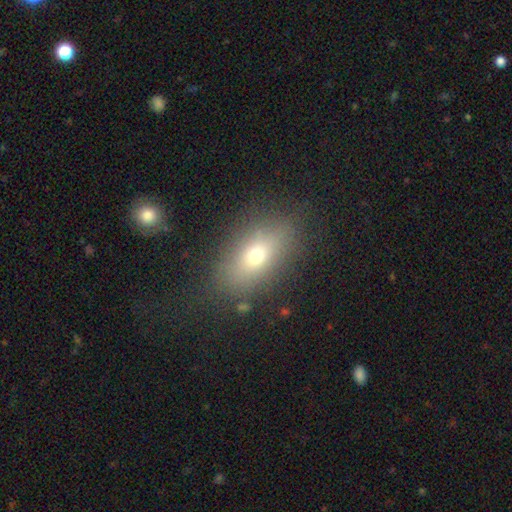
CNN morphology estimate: Smooth or featured: smooth — 67% (featured or disk — 20%)
How rounded: in between — 81% (round — 14%)
Merging: none — 80% (minor disturbance — 12%)